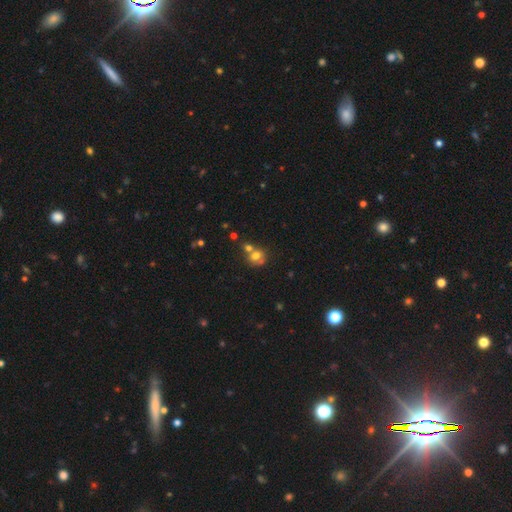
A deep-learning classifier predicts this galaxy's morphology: Overall: smooth (68%). How rounded: round (73%). Merging: merger (48%; none 38%).